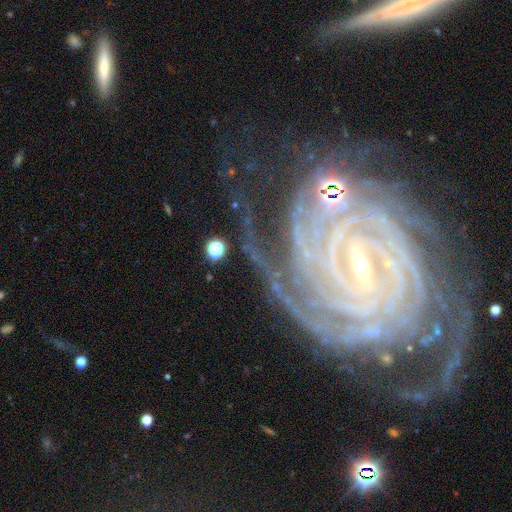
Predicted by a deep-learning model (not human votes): This is clearly a featured or disk galaxy (91%). It is clearly not viewed edge-on (97%). Bar: marginally strong (43%). Spiral arm pattern: clearly yes (99%). Spiral arm count: marginally 4 (26%). Spiral winding: clearly tight (85%). Central bulge: likely small (76%). Merging: likely none (63%).